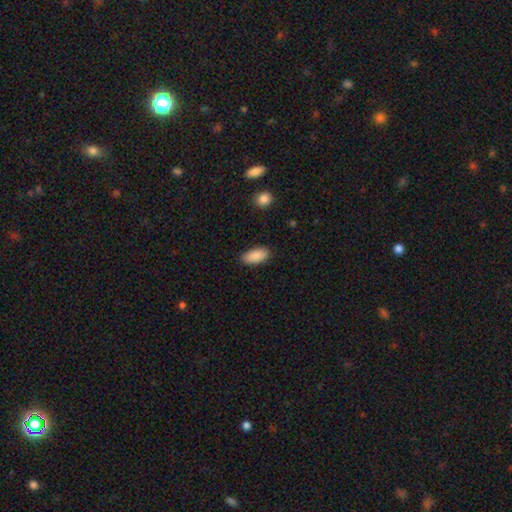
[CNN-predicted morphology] type=smooth (90%); roundness=in between (91%); merging=none (87%).